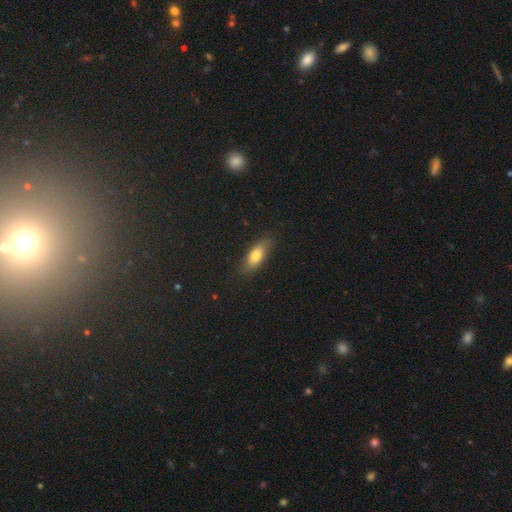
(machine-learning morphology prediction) type=smooth (76%); roundness=in between (76%); merging=none (83%).